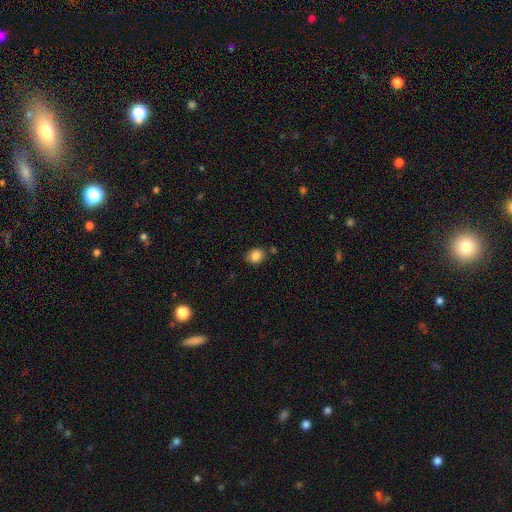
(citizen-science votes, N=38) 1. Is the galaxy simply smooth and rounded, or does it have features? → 95% smooth, 3% featured or disk, 3% star or artifact.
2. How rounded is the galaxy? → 69% round, 31% in between, 0% cigar-shaped.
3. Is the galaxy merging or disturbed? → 76% none, 14% merger, 8% minor disturbance, 3% major disturbance.